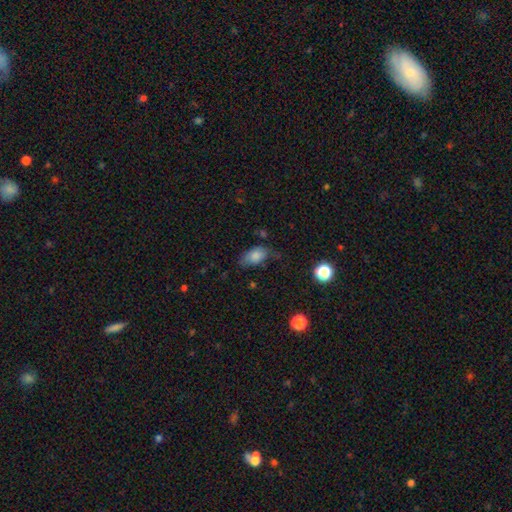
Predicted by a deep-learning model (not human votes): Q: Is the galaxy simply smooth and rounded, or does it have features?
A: smooth — 82%.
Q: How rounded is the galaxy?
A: in between — 90%.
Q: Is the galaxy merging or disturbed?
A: none — 55%.